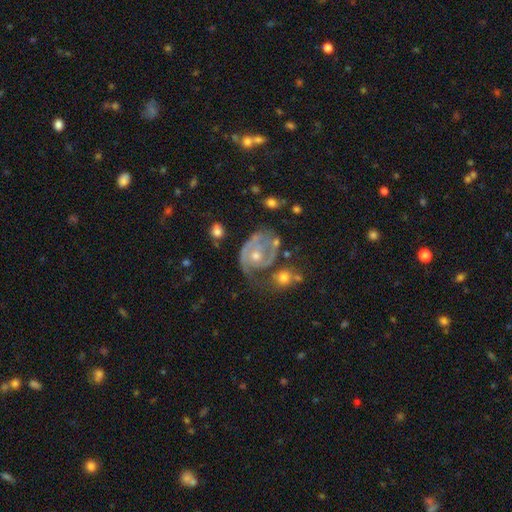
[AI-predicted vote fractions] Smooth or featured: featured or disk — 83% (smooth — 11%)
Edge-on disk: no — 98% (yes — 2%)
Bar: no — 74% (weak — 22%)
Spiral arms: yes — 90% (no — 10%)
Spiral winding: tight — 52% (medium — 36%)
Spiral arm count: 2 — 45% (1 — 29%)
Bulge size: moderate — 53% (small — 41%)
Merging: none — 42% (minor disturbance — 25%)